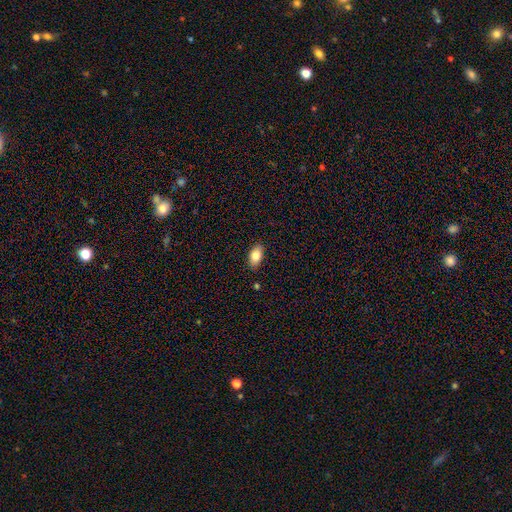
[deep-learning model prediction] Smooth or featured? Predicted: smooth (p=0.84). How rounded? Predicted: in between (p=0.91). Merging? Predicted: none (p=0.86).